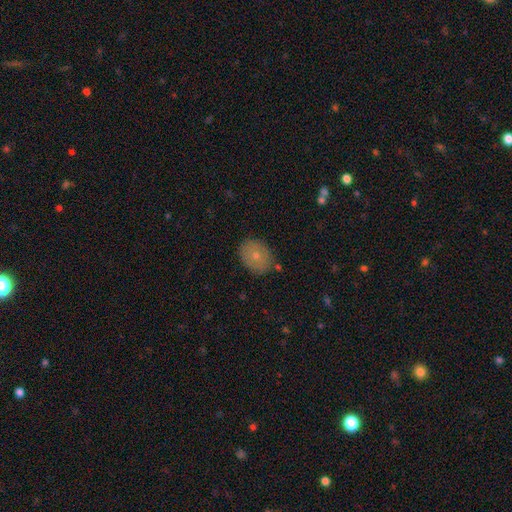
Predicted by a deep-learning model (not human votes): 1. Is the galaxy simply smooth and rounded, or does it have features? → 73% smooth, 18% featured or disk, 9% star or artifact.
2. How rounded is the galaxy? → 61% in between, 38% round, 1% cigar-shaped.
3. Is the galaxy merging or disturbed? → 82% none, 12% minor disturbance, 3% major disturbance, 2% merger.